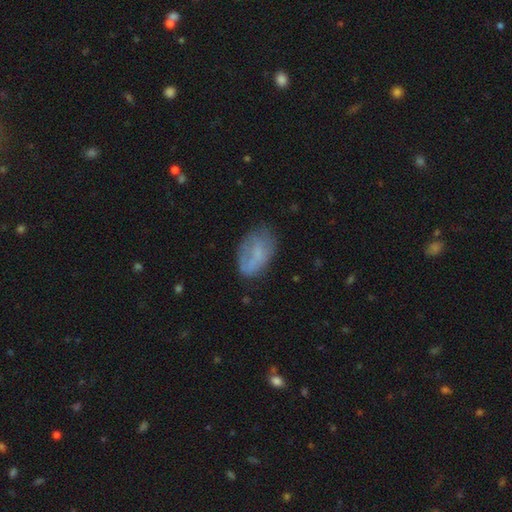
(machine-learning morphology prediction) smooth_or_featured: smooth (p=0.62) [alt: featured or disk p=0.28]
how_rounded: in between (p=0.91) [alt: round p=0.06]
merging: none (p=0.58) [alt: minor disturbance p=0.27]